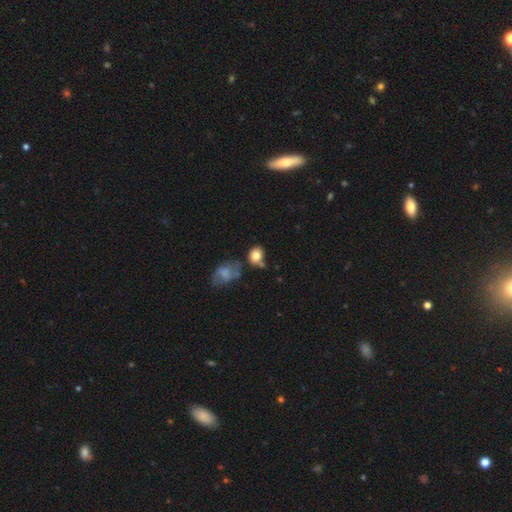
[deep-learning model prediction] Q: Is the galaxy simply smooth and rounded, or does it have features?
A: smooth — 79%.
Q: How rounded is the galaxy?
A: round — 54%.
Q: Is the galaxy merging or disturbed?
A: none — 51%.